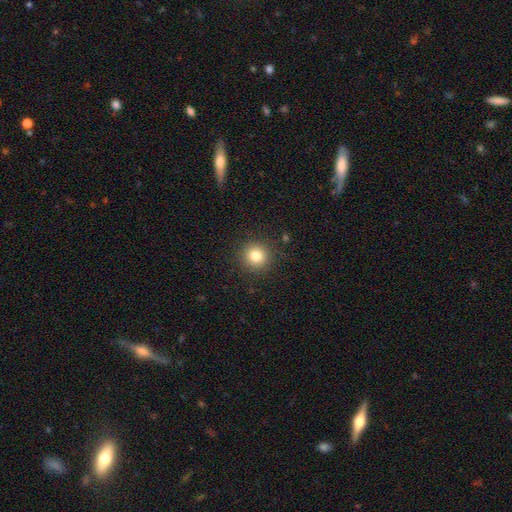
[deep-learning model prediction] smooth-or-featured: smooth: 82% | star or artifact: 12% | featured or disk: 7%
  how-rounded: round: 94% | in between: 5% | cigar-shaped: 1%
  merging: none: 90% | minor disturbance: 6% | major disturbance: 2% | merger: 1%